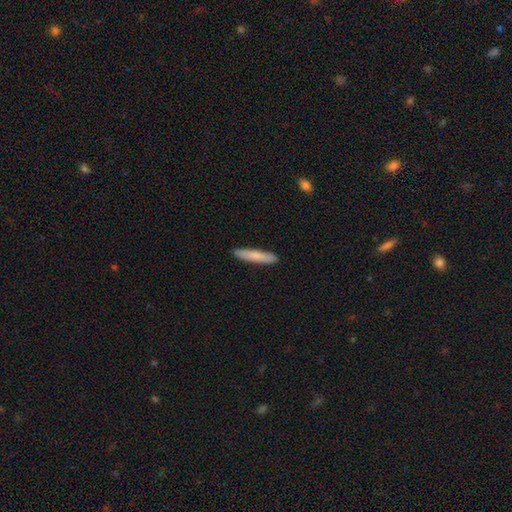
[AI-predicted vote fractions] smooth 79%, featured or disk 16%, star or artifact 5%. Down the decision tree: how rounded — cigar-shaped (91%); merging — none (91%).